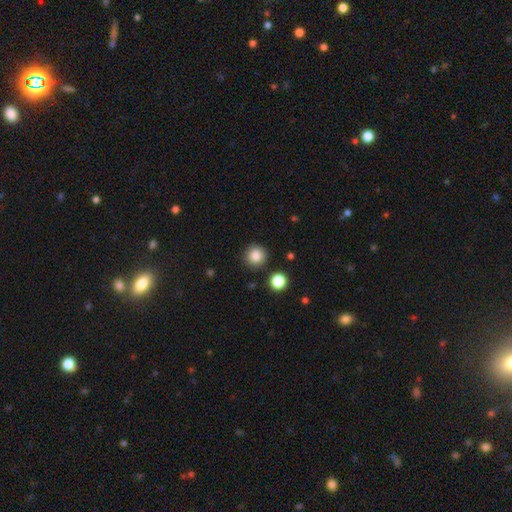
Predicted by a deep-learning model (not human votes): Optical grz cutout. It shows a smooth galaxy with no disk features (85%) that is round (94%). Merging: none (89%).